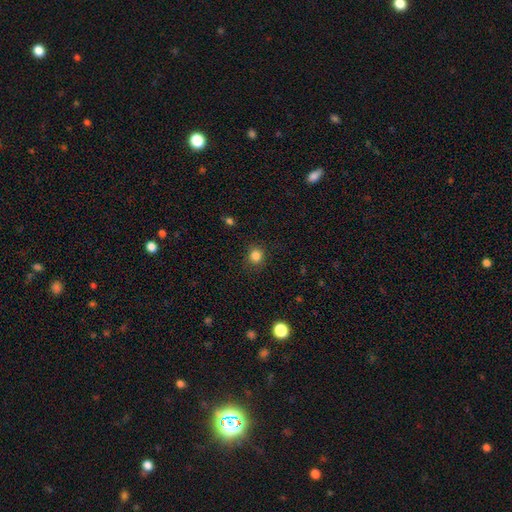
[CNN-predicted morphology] This is clearly a smooth galaxy (84%). How rounded: clearly round (88%). Merging: clearly none (88%).